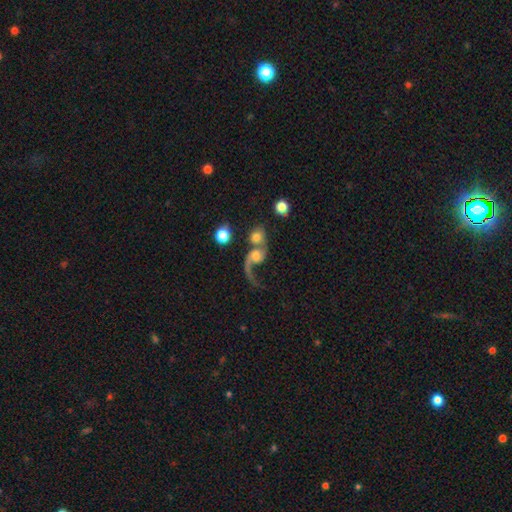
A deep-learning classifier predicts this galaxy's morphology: Smooth or featured: featured or disk — 67% (smooth — 24%)
Edge-on disk: no — 97% (yes — 3%)
Bar: no — 67% (weak — 27%)
Spiral arms: yes — 86% (no — 14%)
Spiral winding: loose — 85% (medium — 12%)
Spiral arm count: 1 — 59% (2 — 36%)
Bulge size: moderate — 42% (small — 25%)
Merging: merger — 53% (major disturbance — 22%)